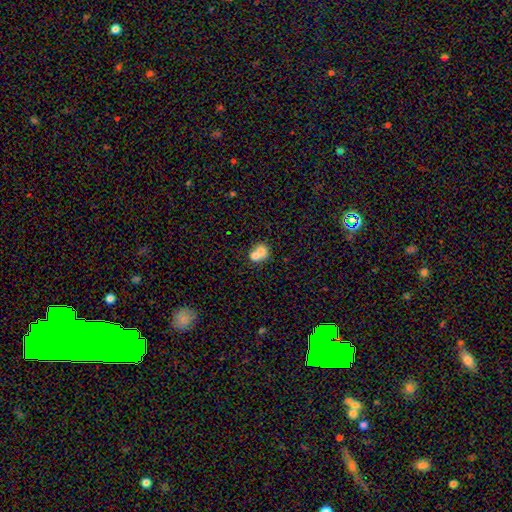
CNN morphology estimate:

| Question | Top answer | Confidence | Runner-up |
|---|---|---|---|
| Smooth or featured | smooth | 71% | featured or disk (19%) |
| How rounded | round | 63% | in between (36%) |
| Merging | merger | 63% | none (26%) |